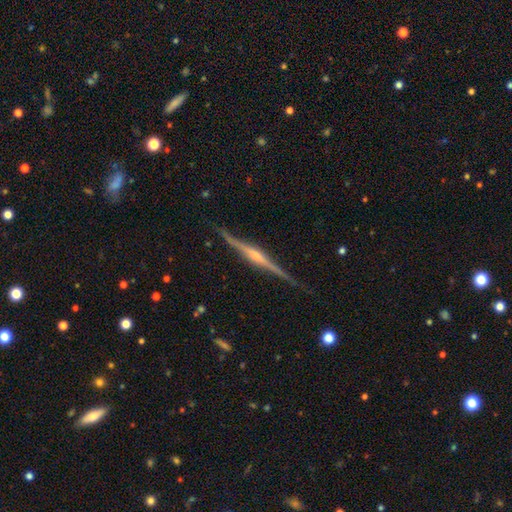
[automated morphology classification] Smooth or featured?
  - featured or disk: 88% *
  - smooth: 7%
  - star or artifact: 5%
Edge-on disk?
  - yes: 98% *
  - no: 2%
Edge-on bulge?
  - rounded: 83% *
  - boxy: 9%
  - none: 8%
Merging?
  - none: 88% *
  - minor disturbance: 9%
  - major disturbance: 2%
  - merger: 1%